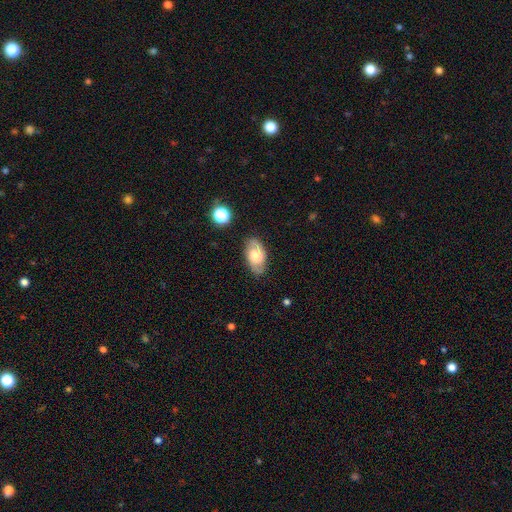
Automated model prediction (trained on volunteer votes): Smooth or featured: featured or disk — 59% (smooth — 33%)
Edge-on disk: no — 94% (yes — 6%)
Bar: no — 57% (weak — 36%)
Spiral arms: yes — 86% (no — 14%)
Bulge size: moderate — 34% (tied with large — 34%)
Merging: none — 80% (minor disturbance — 14%)